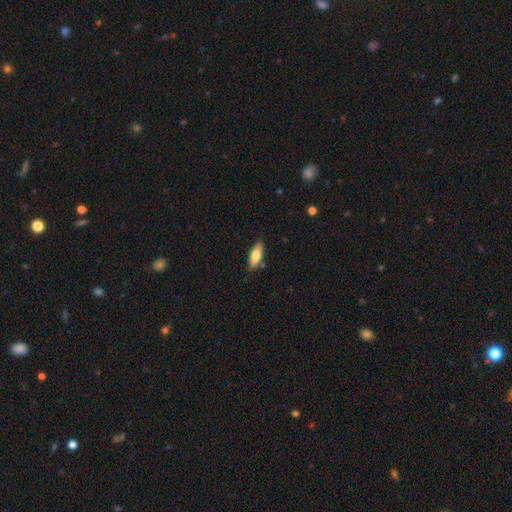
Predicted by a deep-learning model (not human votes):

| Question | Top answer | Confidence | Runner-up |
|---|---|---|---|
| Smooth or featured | smooth | 78% | featured or disk (16%) |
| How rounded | in between | 69% | cigar-shaped (29%) |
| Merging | none | 84% | minor disturbance (11%) |